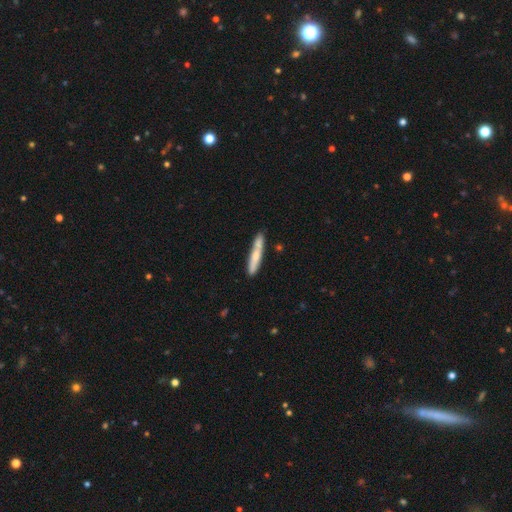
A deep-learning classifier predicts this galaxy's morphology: Smooth or featured? smooth (64%)
How rounded? cigar-shaped (93%)
Merging? none (79%)